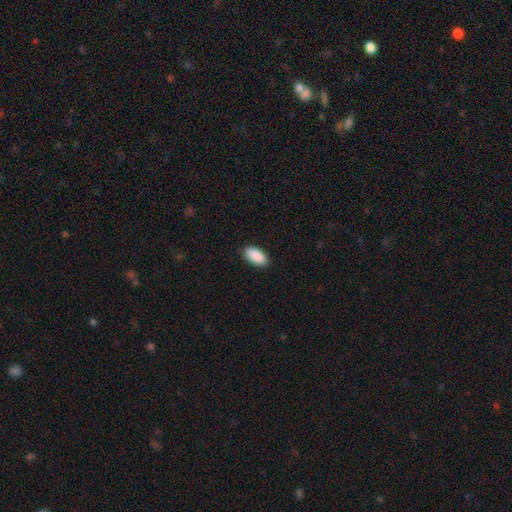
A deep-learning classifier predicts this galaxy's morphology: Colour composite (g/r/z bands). It shows a smooth galaxy with no disk features (91%) that is in between round and cigar-shaped (95%). Merging: none (89%).